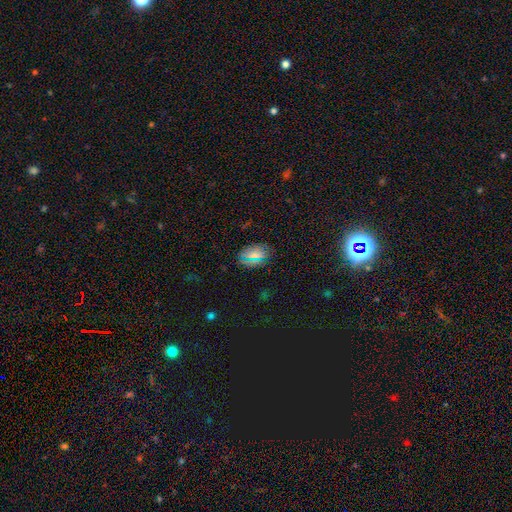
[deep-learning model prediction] smooth 71%, star or artifact 21%, featured or disk 8%. Down the decision tree: how rounded — in between (83%); merging — none (83%).